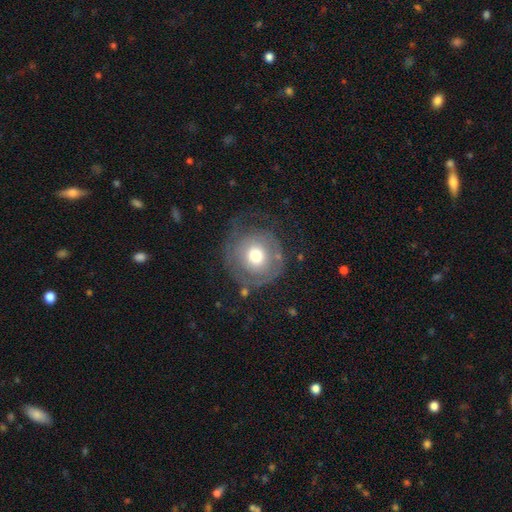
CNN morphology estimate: Smooth or featured? smooth (48%)
Merging? none (57%)